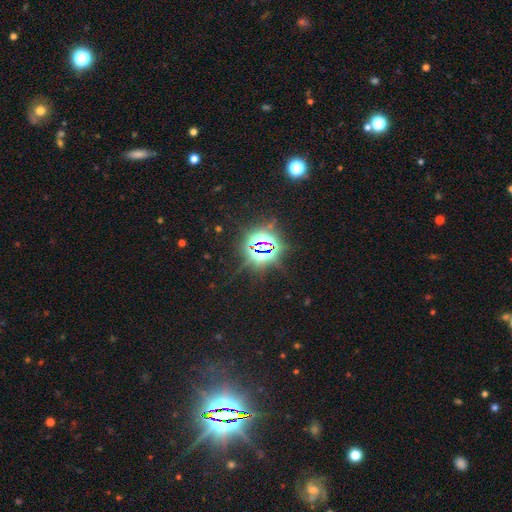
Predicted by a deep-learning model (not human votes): A star or artifact, not a galaxy (84%).